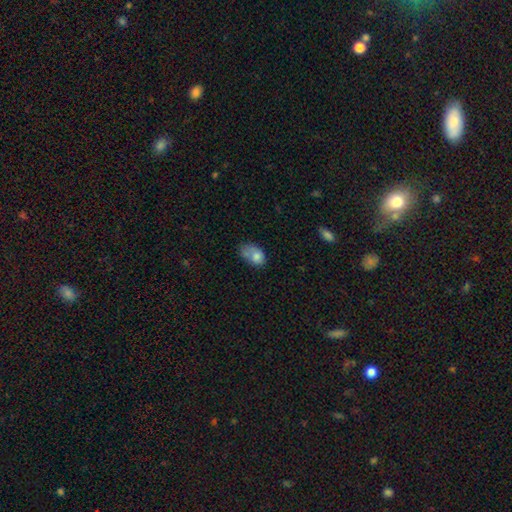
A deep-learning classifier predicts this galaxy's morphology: smooth-or-featured: smooth: 74% | featured or disk: 17% | star or artifact: 9%
  how-rounded: in between: 83% | round: 16% | cigar-shaped: 1%
  merging: minor disturbance: 33% | none: 28% | major disturbance: 23% | merger: 16%